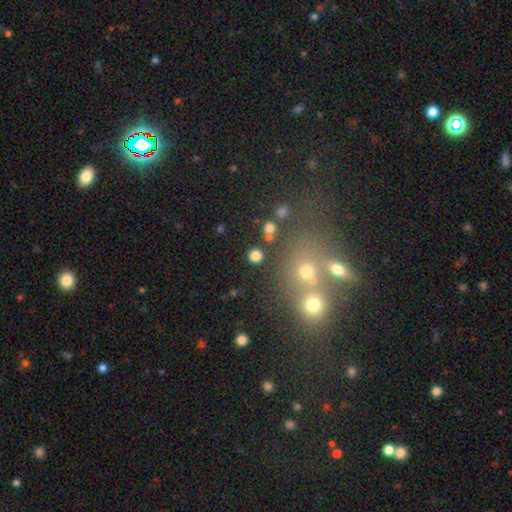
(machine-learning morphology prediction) smooth-or-featured: smooth: 78% | star or artifact: 16% | featured or disk: 6%
  how-rounded: round: 90% | in between: 9% | cigar-shaped: 1%
  merging: none: 83% | merger: 8% | minor disturbance: 6% | major disturbance: 3%